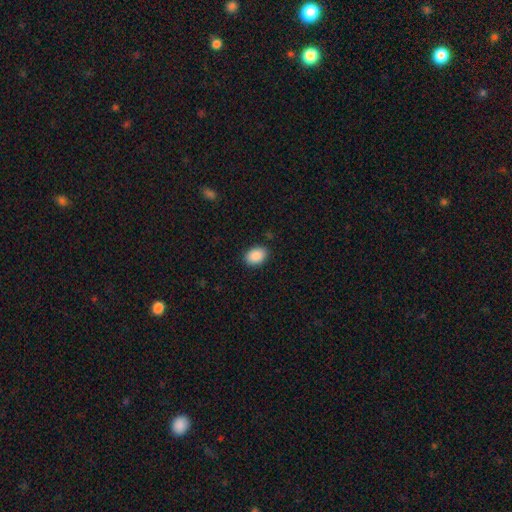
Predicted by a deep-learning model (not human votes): smooth_or_featured: smooth (p=0.90) [alt: star or artifact p=0.07]
how_rounded: in between (p=0.79) [alt: round p=0.20]
merging: none (p=0.89) [alt: minor disturbance p=0.08]